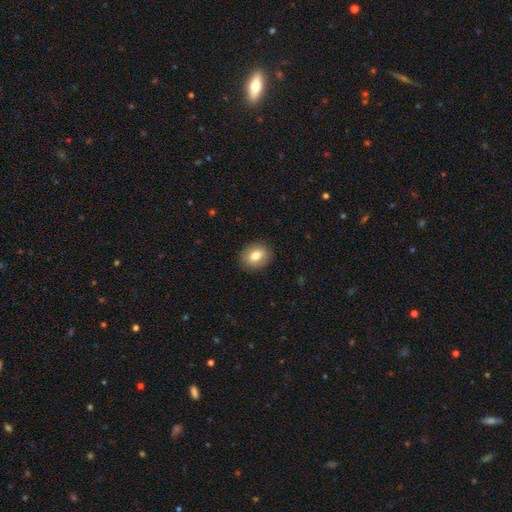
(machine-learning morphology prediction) smooth_or_featured: smooth (p=0.78) [alt: featured or disk p=0.13]
how_rounded: in between (p=0.54) [alt: round p=0.45]
merging: none (p=0.89) [alt: minor disturbance p=0.08]